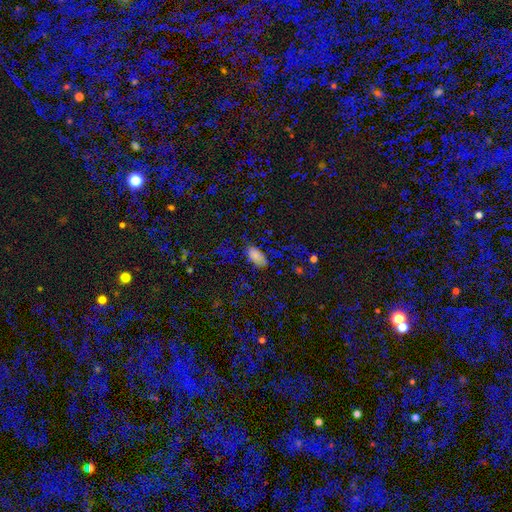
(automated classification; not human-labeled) Morphology: type=smooth (68%); roundness=in between (88%); merging=none (60%).